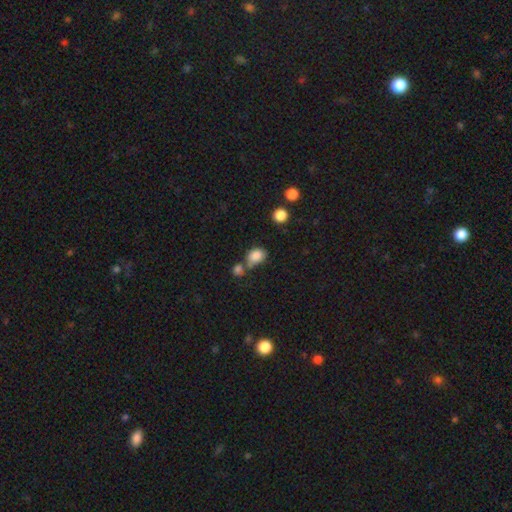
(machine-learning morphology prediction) Smooth or featured?
  - smooth: 84% *
  - star or artifact: 10%
  - featured or disk: 6%
How rounded?
  - in between: 67% *
  - round: 32%
  - cigar-shaped: 1%
Merging?
  - none: 41% *
  - merger: 36%
  - minor disturbance: 16%
  - major disturbance: 7%